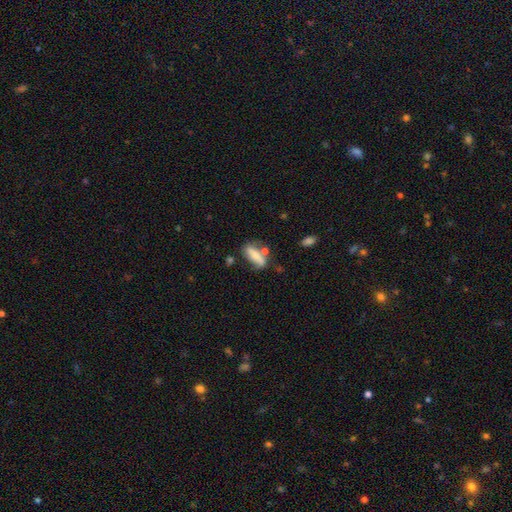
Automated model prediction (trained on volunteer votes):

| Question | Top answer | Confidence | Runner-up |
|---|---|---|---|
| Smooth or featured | smooth | 58% | featured or disk (34%) |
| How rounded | in between | 57% | cigar-shaped (39%) |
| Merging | none | 54% | minor disturbance (22%) |